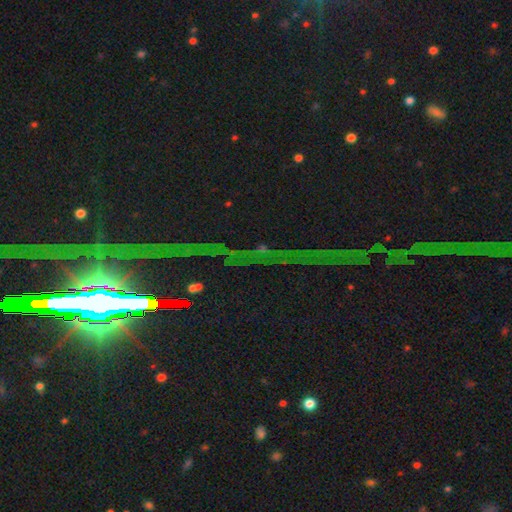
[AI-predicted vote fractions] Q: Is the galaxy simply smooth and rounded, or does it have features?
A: star or artifact — 80%.